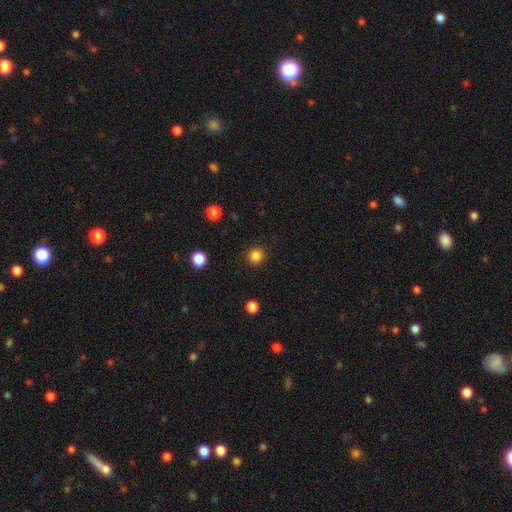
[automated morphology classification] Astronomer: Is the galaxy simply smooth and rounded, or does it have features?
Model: smooth — 85%.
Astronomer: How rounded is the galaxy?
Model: round — 92%.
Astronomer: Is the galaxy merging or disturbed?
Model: none — 91%.